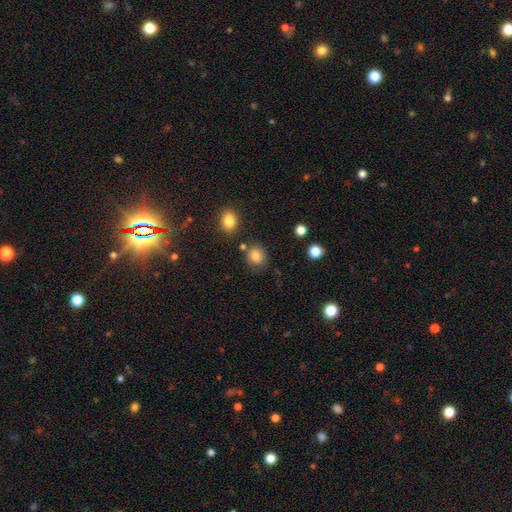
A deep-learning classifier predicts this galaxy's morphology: A smooth galaxy with no disk features (83%) that is round (74%). Merging: none (74%).